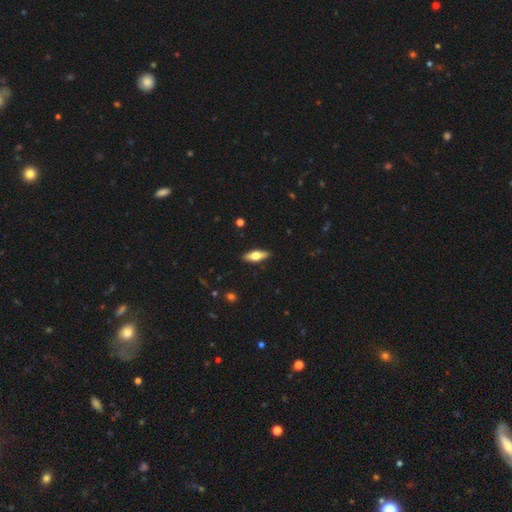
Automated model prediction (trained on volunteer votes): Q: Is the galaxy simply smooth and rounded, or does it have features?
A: smooth — 58%.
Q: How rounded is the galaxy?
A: in between — 64%.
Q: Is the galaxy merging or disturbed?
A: none — 89%.